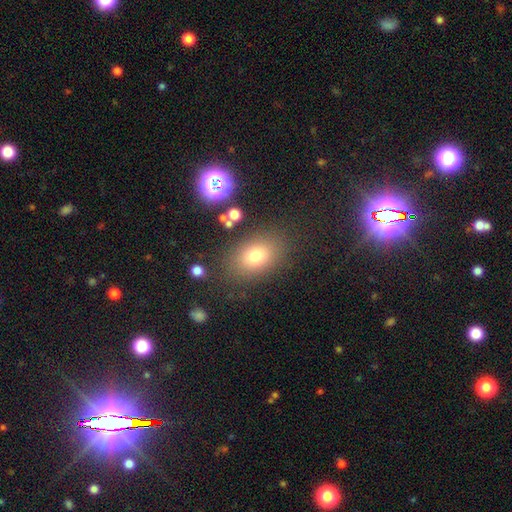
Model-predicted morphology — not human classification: smooth-or-featured: smooth: 75% | star or artifact: 14% | featured or disk: 11%
  how-rounded: in between: 77% | round: 21% | cigar-shaped: 1%
  merging: none: 81% | minor disturbance: 11% | major disturbance: 5% | merger: 3%